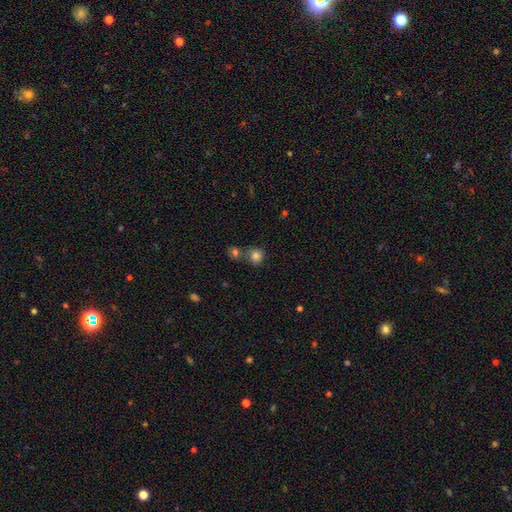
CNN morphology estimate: This appears to be a smooth galaxy with no disk features (82%) that is round (86%). Merging: none (59%).